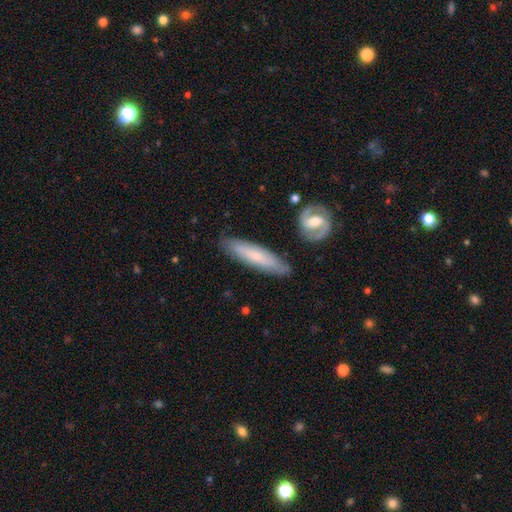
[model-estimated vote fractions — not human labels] A smooth galaxy with no disk features (56%) that is cigar-shaped (79%).

Vote fractions:
- Smooth or featured? smooth: 56% / featured or disk: 38% / star or artifact: 6%
- How rounded? cigar-shaped: 79% / in between: 20% / round: 2%
- Merging? none: 80% / minor disturbance: 13% / merger: 4% / major disturbance: 3%